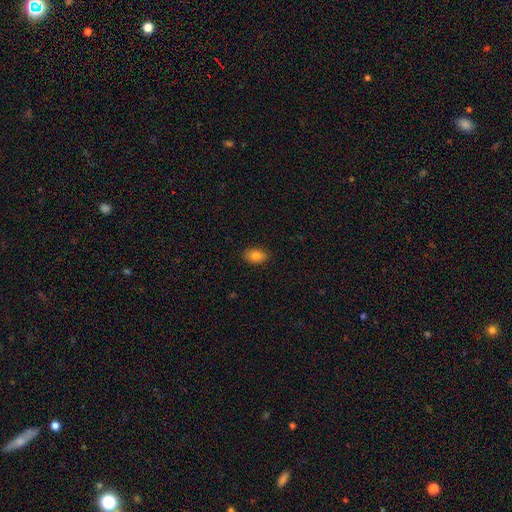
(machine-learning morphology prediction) Smooth or featured? smooth (84%)
How rounded? in between (88%)
Merging? none (87%)